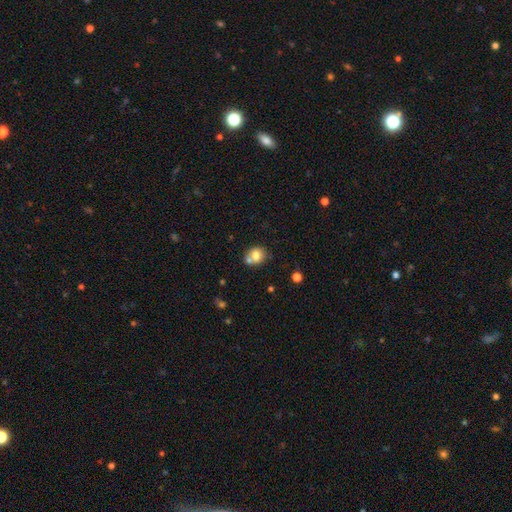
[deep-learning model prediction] Smooth or featured: smooth — 76% (featured or disk — 14%)
How rounded: round — 74% (in between — 25%)
Merging: none — 53% (merger — 32%)